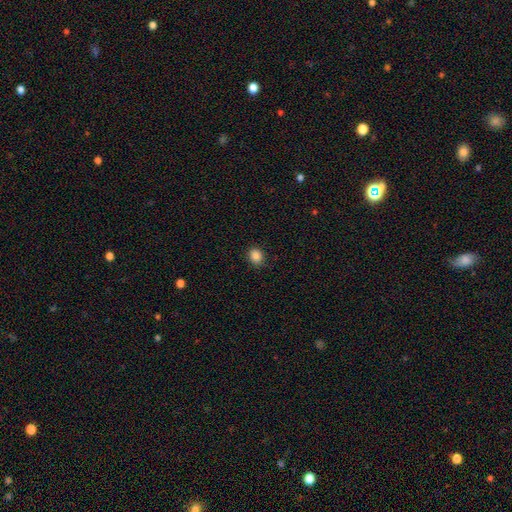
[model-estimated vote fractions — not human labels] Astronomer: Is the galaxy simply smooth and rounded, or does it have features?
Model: smooth — 86%.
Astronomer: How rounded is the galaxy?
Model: round — 61% (runner-up: in between, 38%).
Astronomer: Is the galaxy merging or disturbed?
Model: none — 86%.